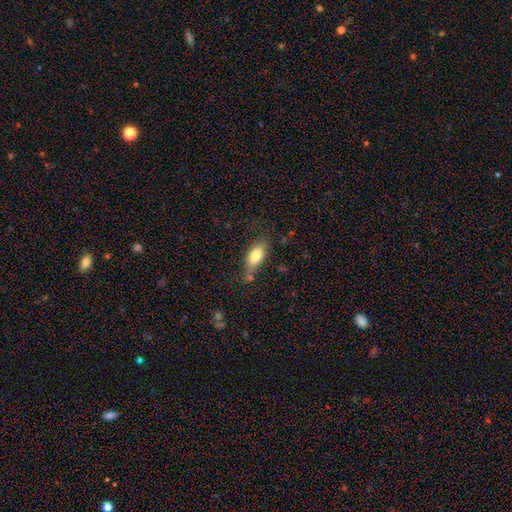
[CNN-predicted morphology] Q: Smooth or featured?
A: smooth (78%); runner-up: featured or disk (15%)
Q: How rounded?
A: in between (83%); runner-up: cigar-shaped (14%)
Q: Merging?
A: none (63%); runner-up: minor disturbance (22%)